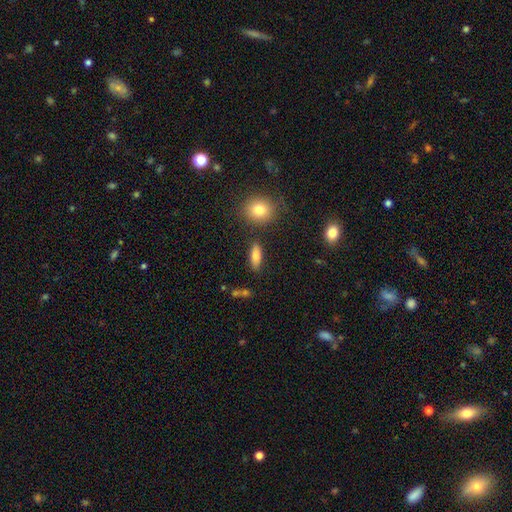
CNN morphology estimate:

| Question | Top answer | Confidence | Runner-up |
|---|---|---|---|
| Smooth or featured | smooth | 82% | featured or disk (10%) |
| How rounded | in between | 68% | cigar-shaped (27%) |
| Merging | none | 83% | minor disturbance (10%) |